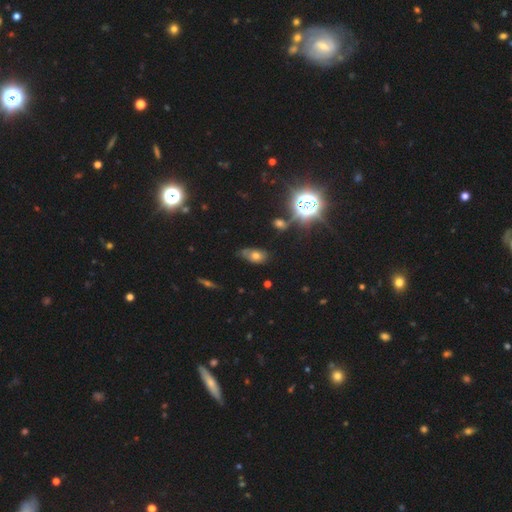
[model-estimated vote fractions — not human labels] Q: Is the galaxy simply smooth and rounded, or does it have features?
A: smooth — 61%.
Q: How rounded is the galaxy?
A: in between — 84%.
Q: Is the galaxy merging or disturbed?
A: none — 49%.